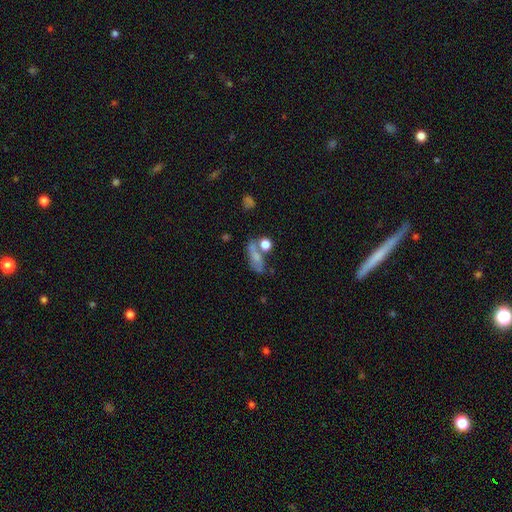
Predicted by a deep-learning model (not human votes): Smooth or featured: smooth — 58% (featured or disk — 27%)
How rounded: in between — 61% (round — 22%)
Merging: none — 36% (merger — 28%)